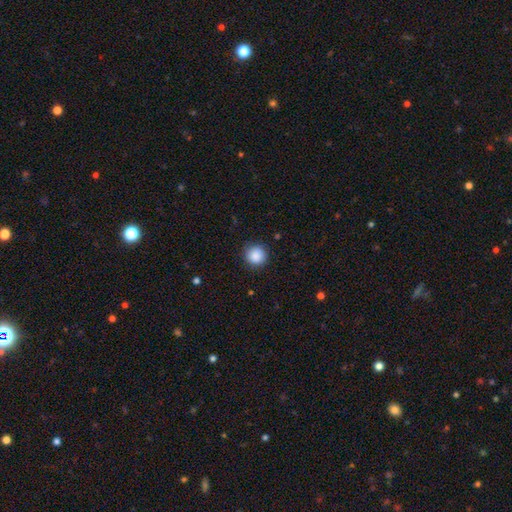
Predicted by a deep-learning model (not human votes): Q: Smooth or featured?
A: smooth (88%); runner-up: star or artifact (9%)
Q: How rounded?
A: round (94%); runner-up: in between (5%)
Q: Merging?
A: none (88%); runner-up: minor disturbance (9%)